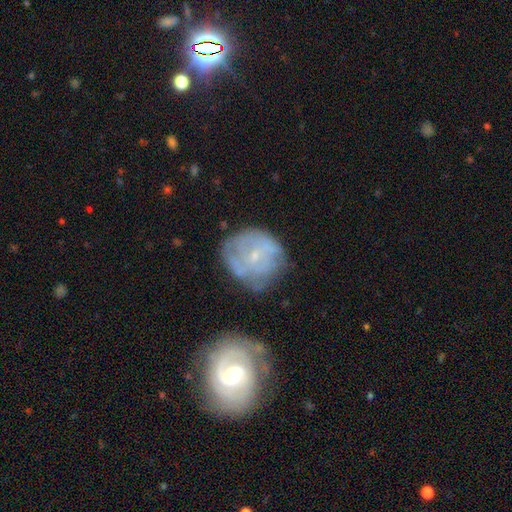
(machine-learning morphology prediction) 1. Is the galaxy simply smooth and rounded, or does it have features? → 56% featured or disk, 34% smooth, 10% star or artifact.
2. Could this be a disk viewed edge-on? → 97% no, 3% yes.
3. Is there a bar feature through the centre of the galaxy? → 67% no, 27% weak, 6% strong.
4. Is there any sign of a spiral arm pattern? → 66% yes, 34% no.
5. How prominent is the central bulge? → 77% small, 16% moderate, 5% none, 1% large, 1% dominant.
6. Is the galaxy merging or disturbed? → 55% none, 23% minor disturbance, 13% major disturbance, 9% merger.